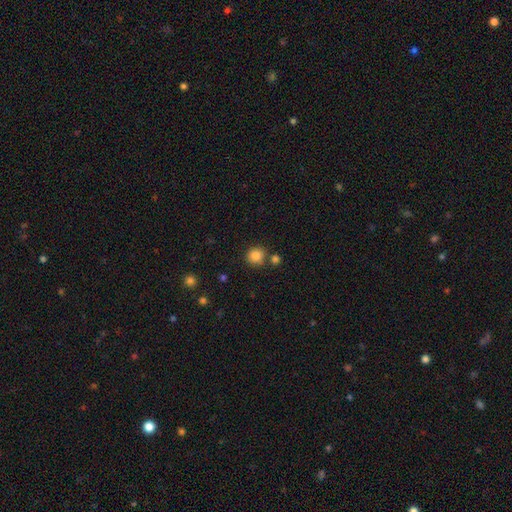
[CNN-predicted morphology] A smooth galaxy with no disk features (85%) that is round (89%). Merging: none (75%).